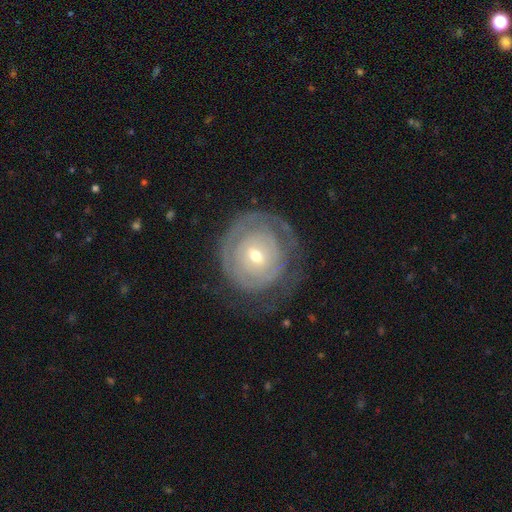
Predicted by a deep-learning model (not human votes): Q: Smooth or featured?
A: featured or disk (72%); runner-up: smooth (22%)
Q: Edge-on disk?
A: no (96%); runner-up: yes (4%)
Q: Bar?
A: no (68%); runner-up: weak (25%)
Q: Spiral arms?
A: yes (70%); runner-up: no (30%)
Q: Bulge size?
A: small (50%); runner-up: moderate (46%)
Q: Merging?
A: none (64%); runner-up: minor disturbance (19%)